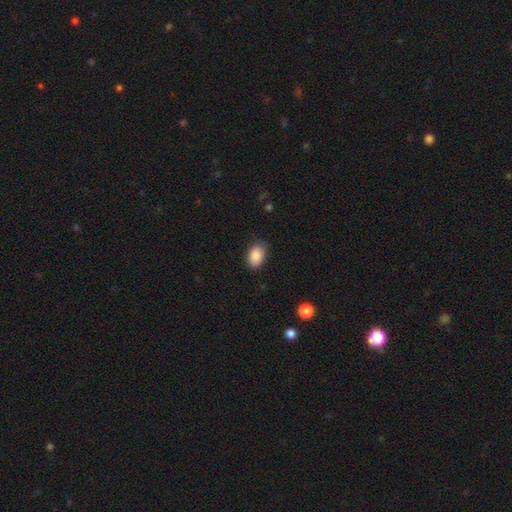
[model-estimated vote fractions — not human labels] Smooth or featured? smooth (88%)
How rounded? in between (88%)
Merging? none (76%)